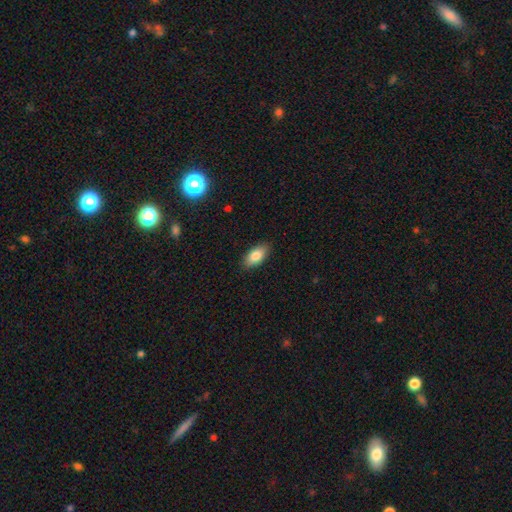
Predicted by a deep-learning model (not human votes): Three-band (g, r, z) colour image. It shows a smooth galaxy with no disk features (83%) that is in between round and cigar-shaped (90%). Merging: none (88%).